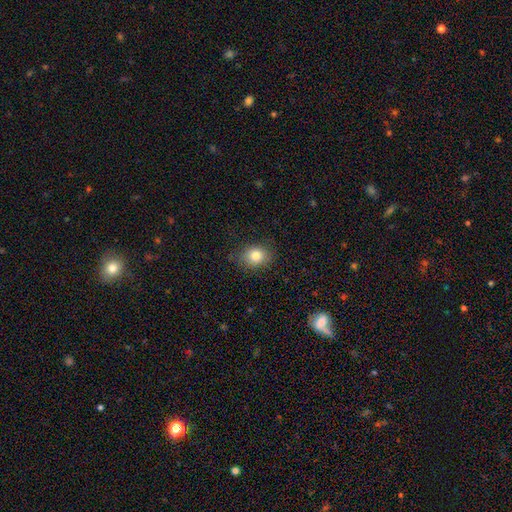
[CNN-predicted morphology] smooth-or-featured: smooth: 81% | star or artifact: 10% | featured or disk: 9%
  how-rounded: round: 55% | in between: 44% | cigar-shaped: 1%
  merging: none: 80% | minor disturbance: 15% | major disturbance: 4% | merger: 1%